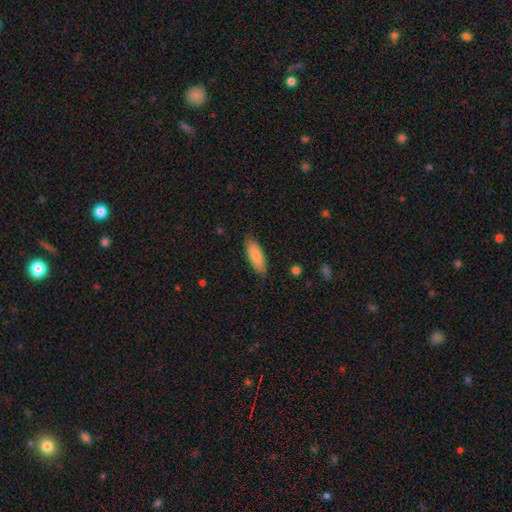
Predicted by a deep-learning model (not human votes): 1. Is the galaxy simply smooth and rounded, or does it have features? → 86% smooth, 9% featured or disk, 6% star or artifact.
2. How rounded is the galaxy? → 64% in between, 35% cigar-shaped, 2% round.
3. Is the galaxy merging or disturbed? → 84% none, 12% minor disturbance, 2% major disturbance, 1% merger.